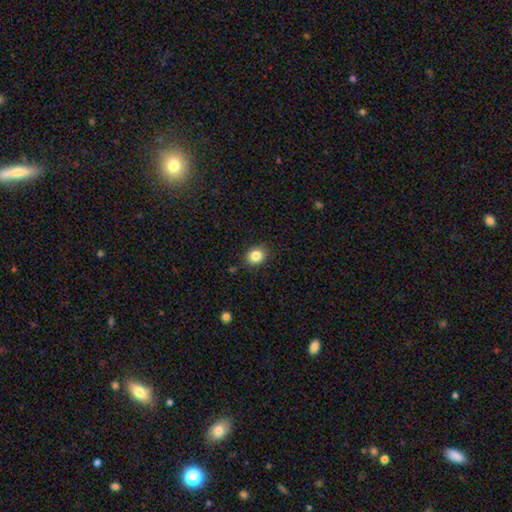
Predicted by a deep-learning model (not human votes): Morphology: type=smooth (84%); roundness=round (59%); merging=none (88%).